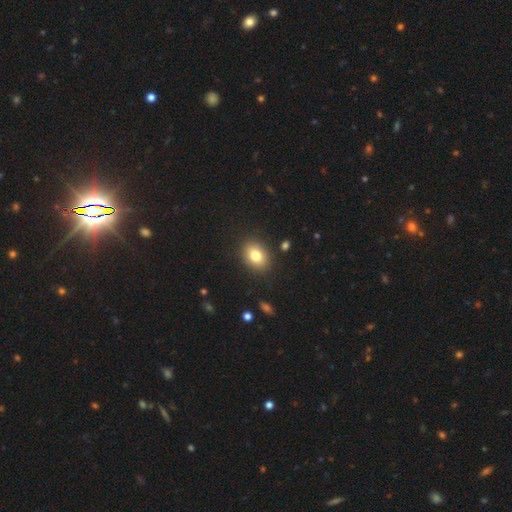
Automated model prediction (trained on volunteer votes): A smooth galaxy with no disk features (81%) that is in between round and cigar-shaped (64%). Merging: none (88%).